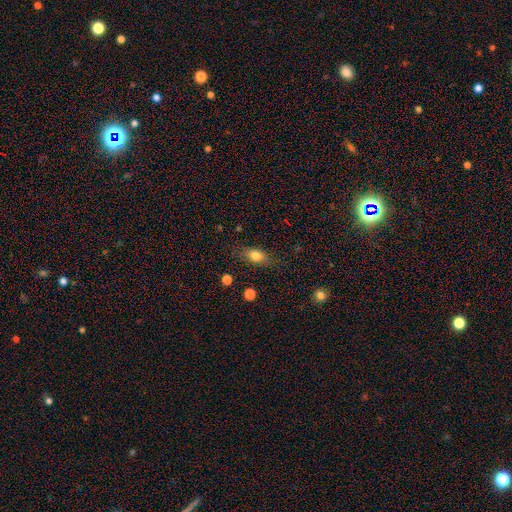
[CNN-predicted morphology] A smooth galaxy with no disk features (77%) that is in between round and cigar-shaped (75%). Merging: none (78%).